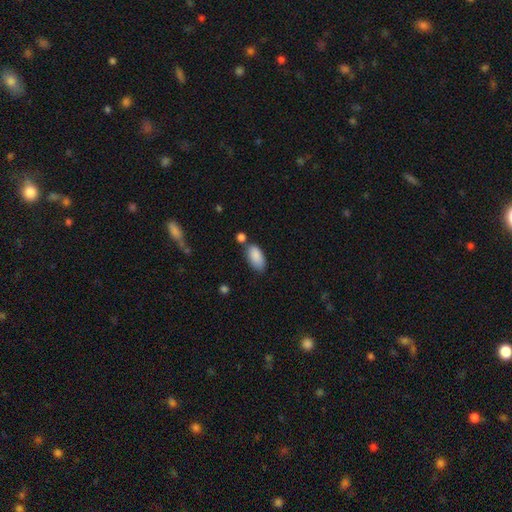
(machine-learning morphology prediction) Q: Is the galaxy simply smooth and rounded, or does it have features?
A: smooth — 88%.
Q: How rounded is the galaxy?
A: in between — 92%.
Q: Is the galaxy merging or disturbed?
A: none — 63%.